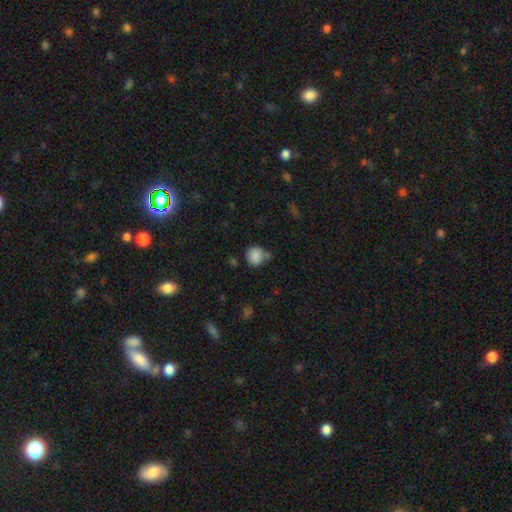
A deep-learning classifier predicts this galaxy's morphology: A smooth galaxy with no disk features (86%) that is round (88%). Merging: none (61%).